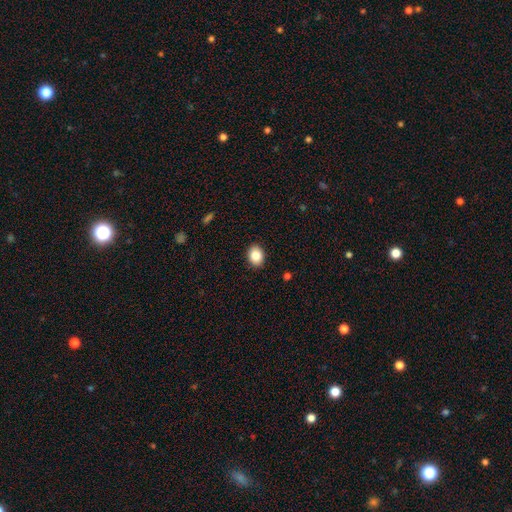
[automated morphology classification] type=smooth (85%); roundness=in between (63%); merging=none (90%).